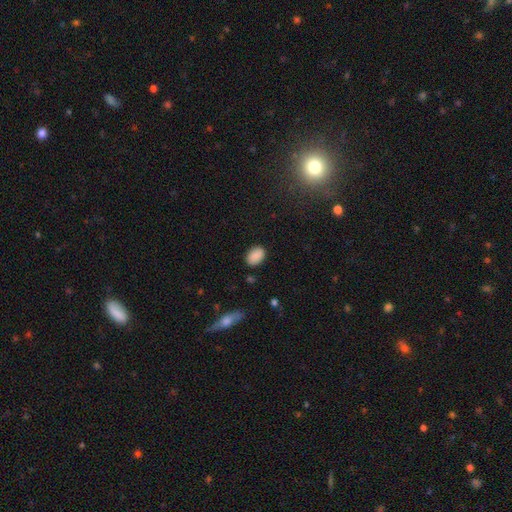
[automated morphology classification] Smooth or featured: smooth — 87% (star or artifact — 8%)
How rounded: in between — 85% (round — 14%)
Merging: none — 84% (minor disturbance — 12%)